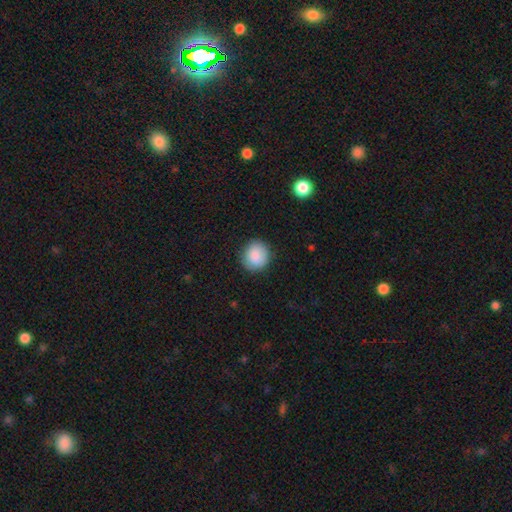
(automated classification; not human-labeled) smooth_or_featured: smooth (p=0.88) [alt: star or artifact p=0.07]
how_rounded: round (p=0.87) [alt: in between p=0.12]
merging: none (p=0.87) [alt: minor disturbance p=0.09]